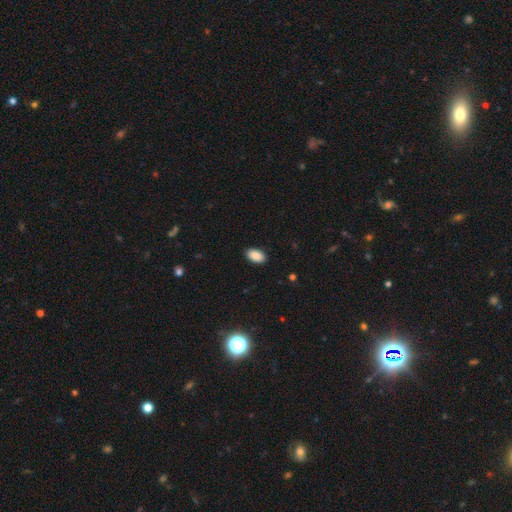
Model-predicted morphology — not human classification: This appears to be a smooth galaxy with no disk features (90%) that is in between round and cigar-shaped (94%). Merging: none (90%).